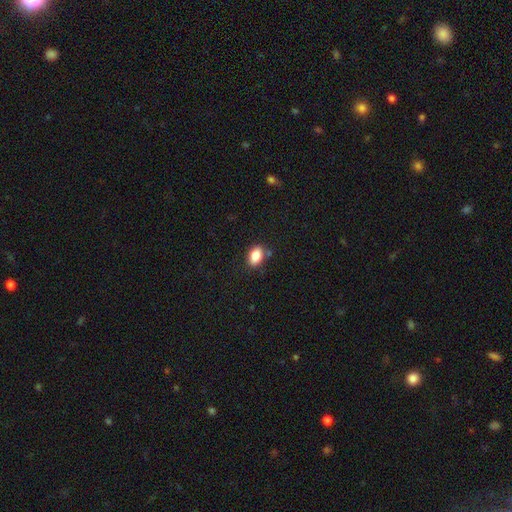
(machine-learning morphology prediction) A smooth galaxy with no disk features (87%) that is in between round and cigar-shaped (86%). Merging: none (81%).